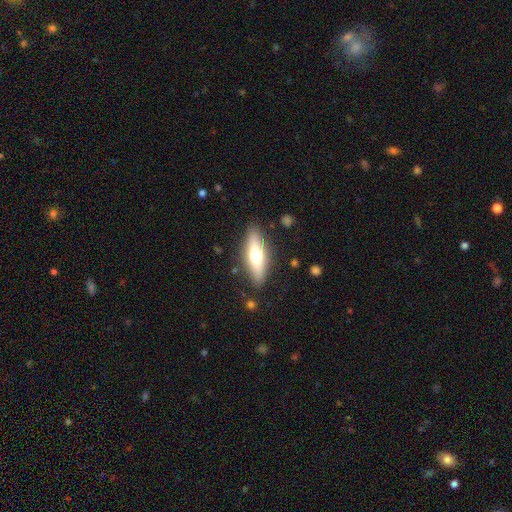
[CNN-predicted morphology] The model was most divided on "how rounded": cigar-shaped: 51%, in between: 47%, round: 2%. More confident: merging — none (86%); smooth or featured — smooth (54%).